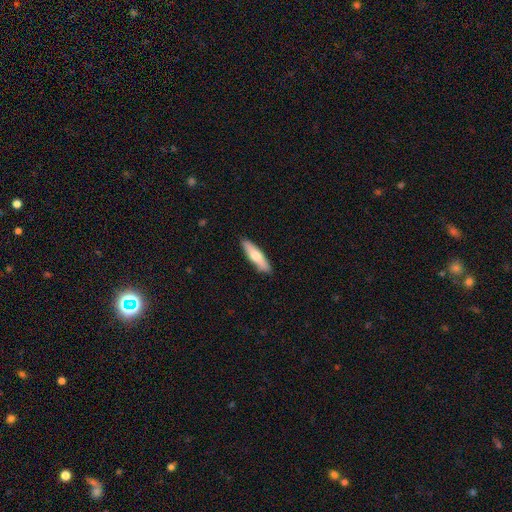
Smooth or featured?
  - smooth: 65% *
  - featured or disk: 30%
  - star or artifact: 5%
How rounded?
  - cigar-shaped: 77% *
  - in between: 23%
  - round: 0%
Merging?
  - none: 95% *
  - minor disturbance: 5%
  - major disturbance: 0%
  - merger: 0%